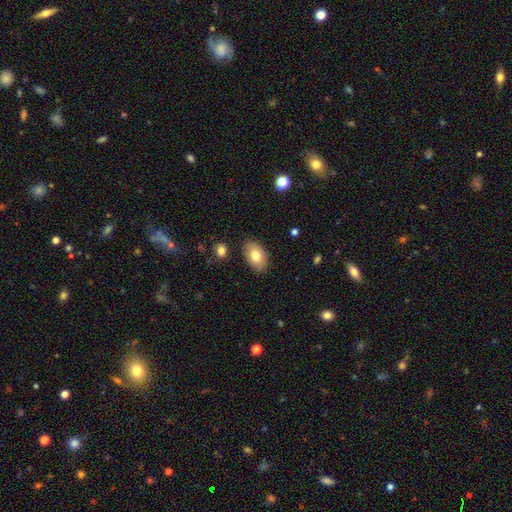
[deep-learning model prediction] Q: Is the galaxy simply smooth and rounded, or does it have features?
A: smooth — 79%.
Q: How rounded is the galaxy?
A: in between — 90%.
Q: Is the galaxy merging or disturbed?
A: none — 84%.